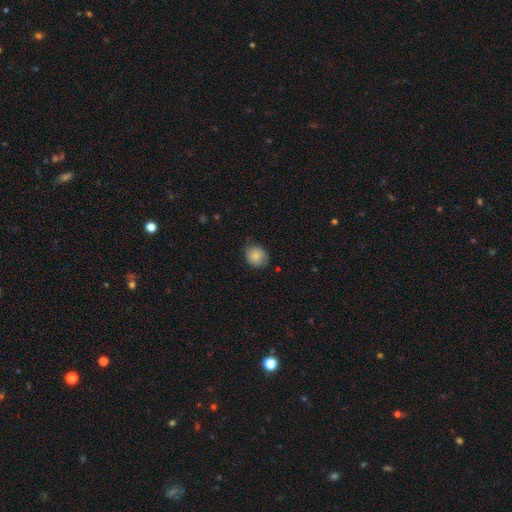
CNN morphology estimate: Smooth or featured?
  - smooth: 84% *
  - star or artifact: 8%
  - featured or disk: 8%
How rounded?
  - round: 74% *
  - in between: 25%
  - cigar-shaped: 1%
Merging?
  - none: 73% *
  - minor disturbance: 22%
  - major disturbance: 4%
  - merger: 1%